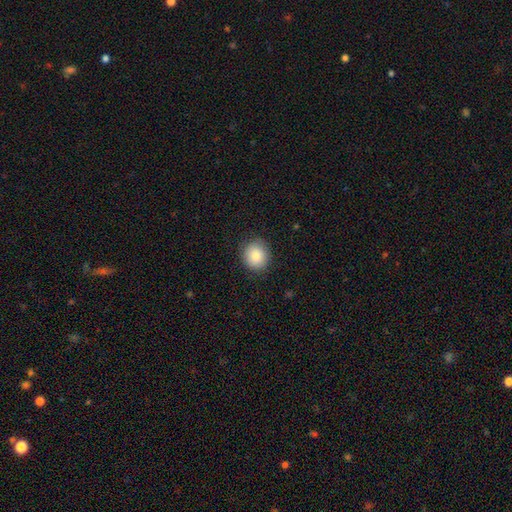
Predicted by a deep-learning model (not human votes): Overall: smooth (84%). How rounded: round (87%). Merging: none (88%).